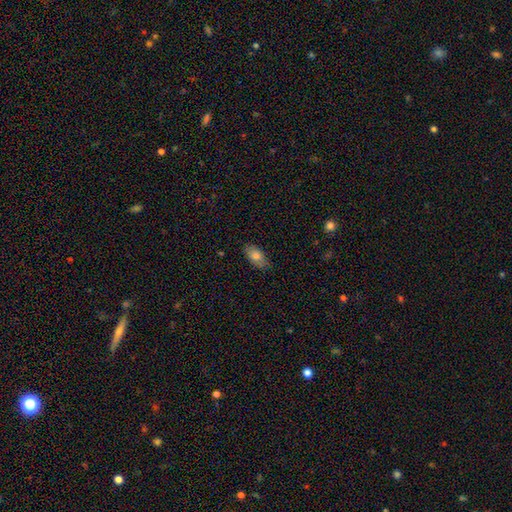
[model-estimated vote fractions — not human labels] The model was most divided on "merging": none: 78%, minor disturbance: 18%, major disturbance: 3%, merger: 1%. More confident: how rounded — in between (90%); smooth or featured — smooth (78%).